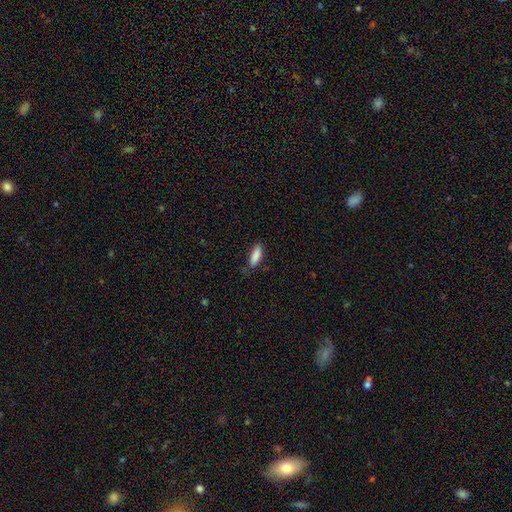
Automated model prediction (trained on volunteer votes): A smooth galaxy with no disk features (88%) that is in between round and cigar-shaped (59%).

Vote fractions:
- Smooth or featured? smooth: 88% / star or artifact: 6% / featured or disk: 5%
- How rounded? in between: 59% / cigar-shaped: 39% / round: 2%
- Merging? none: 76% / minor disturbance: 19% / major disturbance: 4% / merger: 1%